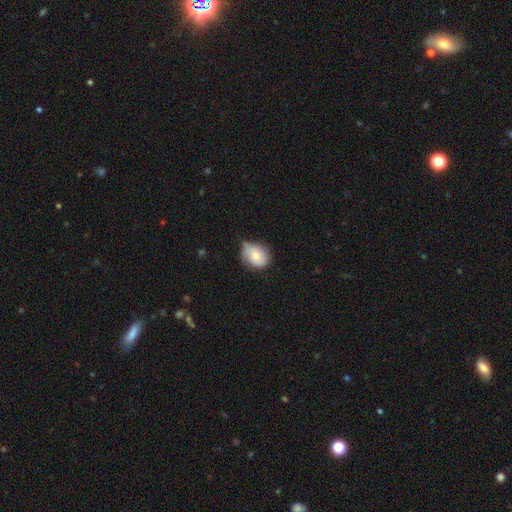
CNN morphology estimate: Smooth or featured? smooth (64%)
How rounded? round (53%)
Merging? none (49%)